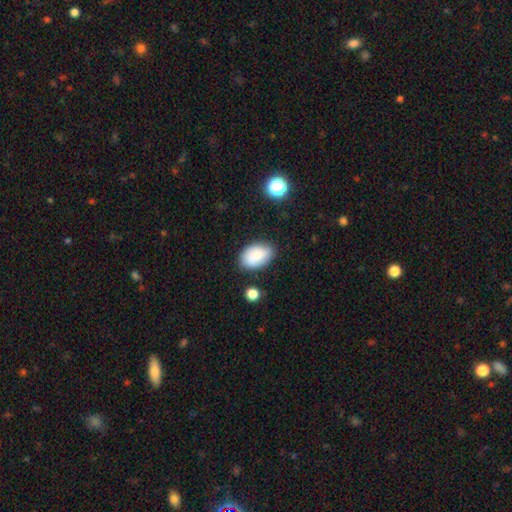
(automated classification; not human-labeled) Smooth or featured? smooth (84%)
How rounded? in between (90%)
Merging? none (79%)